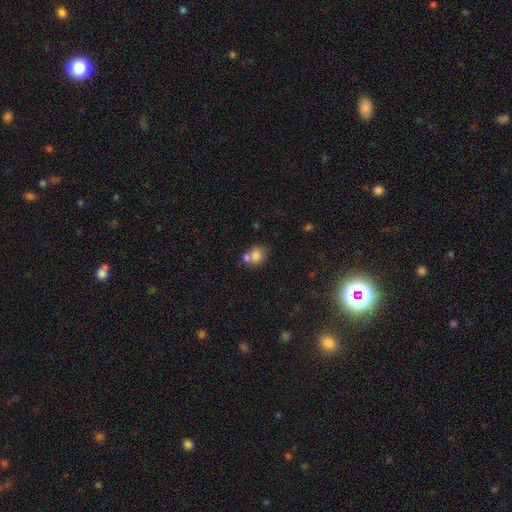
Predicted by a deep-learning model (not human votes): smooth_or_featured: smooth (p=0.74) [alt: featured or disk p=0.16]
how_rounded: round (p=0.54) [alt: in between p=0.45]
merging: merger (p=0.47) [alt: none p=0.38]